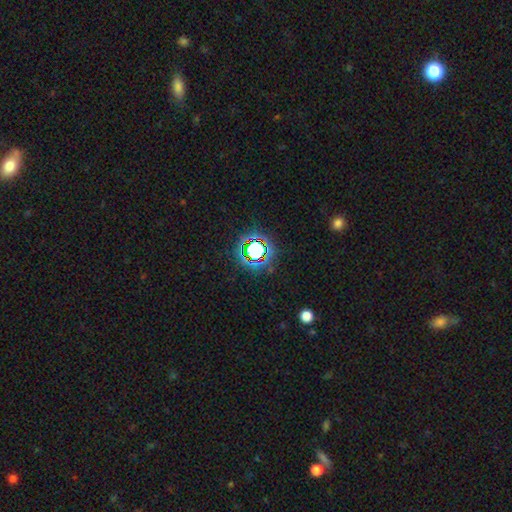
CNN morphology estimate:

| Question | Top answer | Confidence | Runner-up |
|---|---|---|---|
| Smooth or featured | star or artifact | 70% | smooth (20%) |